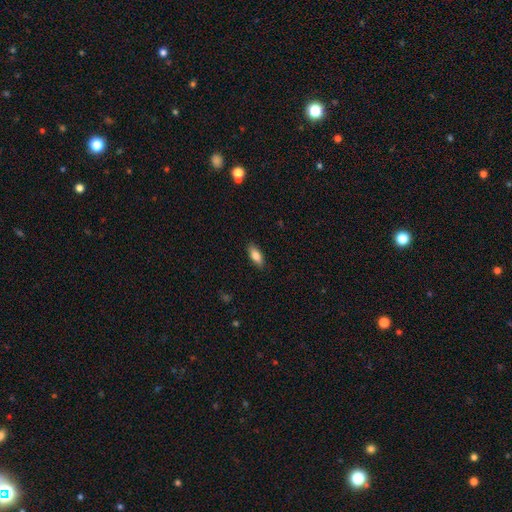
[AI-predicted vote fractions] This is likely a smooth galaxy (80%). How rounded: likely in between (77%). Merging: clearly none (88%).